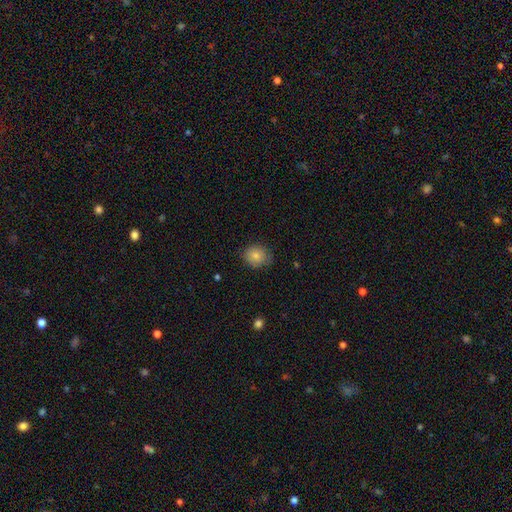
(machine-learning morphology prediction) Overall: smooth (82%). How rounded: round (70%). Merging: none (76%).